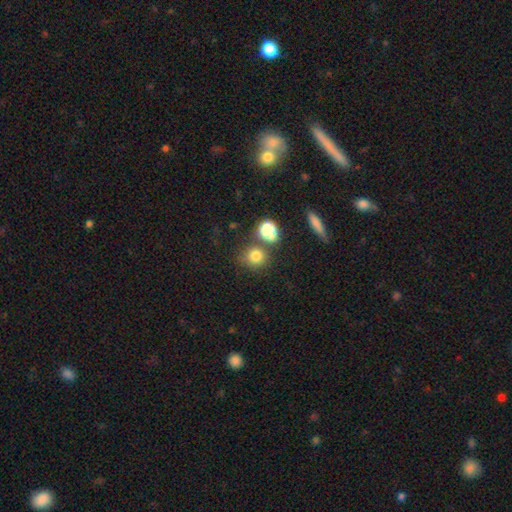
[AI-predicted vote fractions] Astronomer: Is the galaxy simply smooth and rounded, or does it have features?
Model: smooth — 78%.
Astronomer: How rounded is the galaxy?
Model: round — 82%.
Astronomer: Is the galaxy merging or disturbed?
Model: none — 64%.